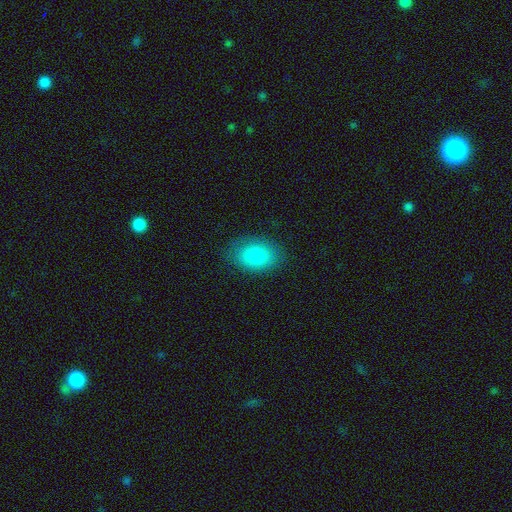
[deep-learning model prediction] This appears to be a smooth galaxy with no disk features (86%) that is in between round and cigar-shaped (84%). Merging: none (82%).